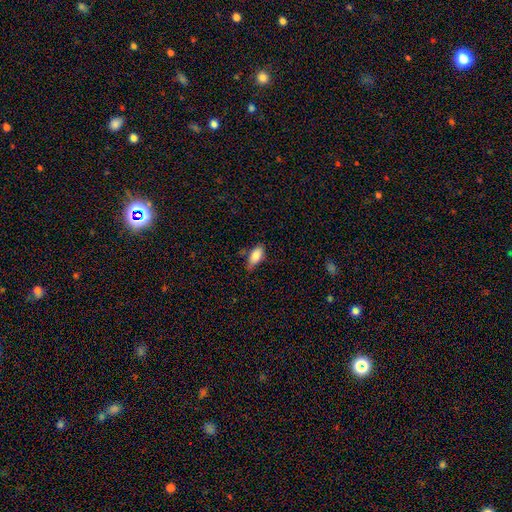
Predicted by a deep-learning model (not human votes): The model was most divided on "merging": none: 57%, minor disturbance: 34%, major disturbance: 7%, merger: 3%. More confident: how rounded — in between (87%); smooth or featured — smooth (84%).